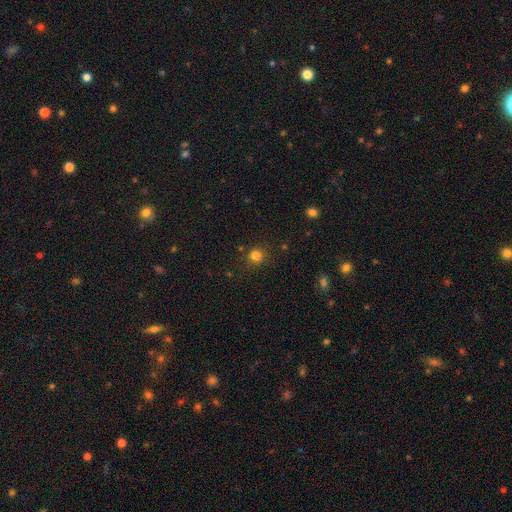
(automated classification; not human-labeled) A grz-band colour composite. It shows a smooth galaxy with no disk features (81%) that is round (88%). Merging: none (83%).